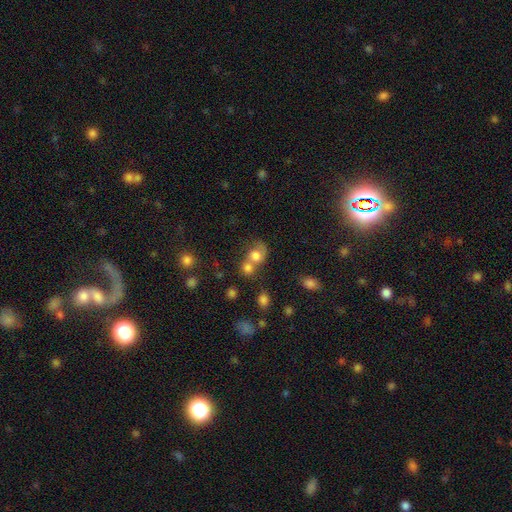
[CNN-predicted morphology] smooth_or_featured: smooth (p=0.66) [alt: featured or disk p=0.23]
how_rounded: round (p=0.65) [alt: in between p=0.34]
merging: merger (p=0.58) [alt: none p=0.23]